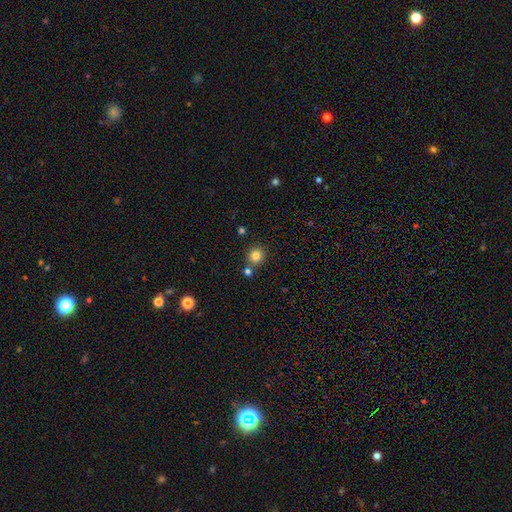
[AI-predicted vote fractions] This appears to be a smooth galaxy with no disk features (83%) that is round (91%). Merging: none (78%).